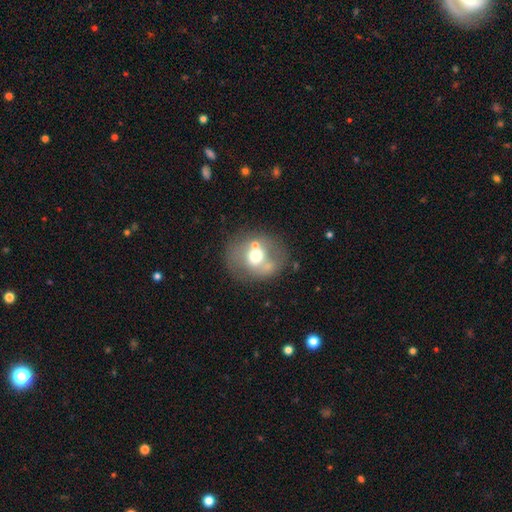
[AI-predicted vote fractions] Morphology: type=smooth (51%); roundness=round (73%); merging=none (63%).